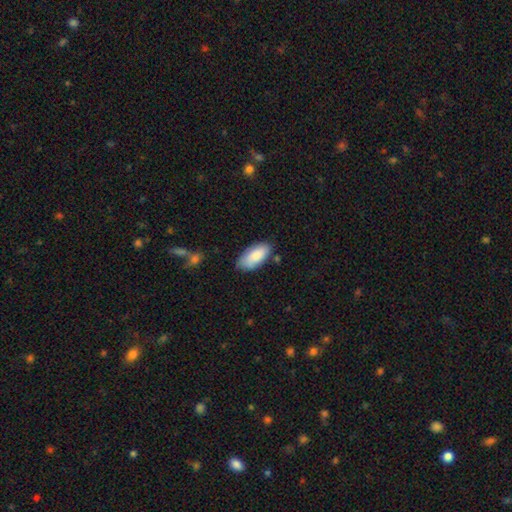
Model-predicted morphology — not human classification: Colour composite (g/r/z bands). It shows a smooth galaxy with no disk features (86%) that is in between round and cigar-shaped (92%). Merging: none (75%).